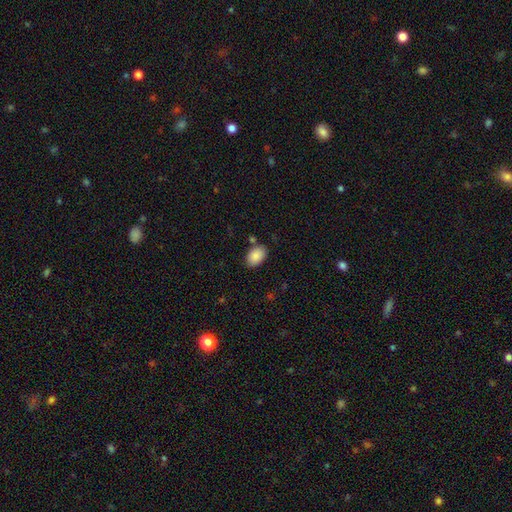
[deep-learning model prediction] This appears to be a smooth galaxy with no disk features (88%) that is in between round and cigar-shaped (88%). Merging: none (80%).